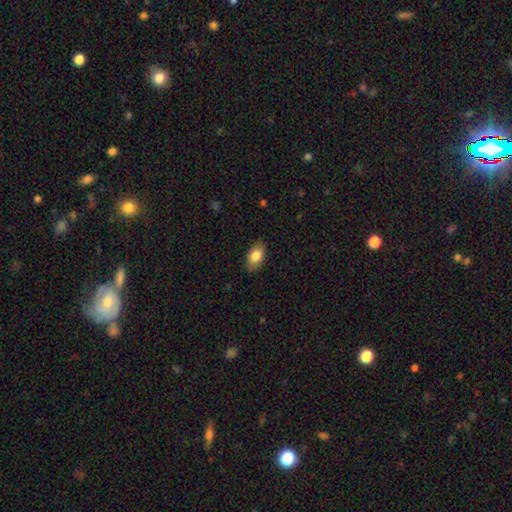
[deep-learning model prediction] Smooth or featured?
  - smooth: 81% *
  - featured or disk: 12%
  - star or artifact: 6%
How rounded?
  - in between: 93% *
  - round: 5%
  - cigar-shaped: 2%
Merging?
  - none: 85% *
  - minor disturbance: 12%
  - major disturbance: 3%
  - merger: 1%